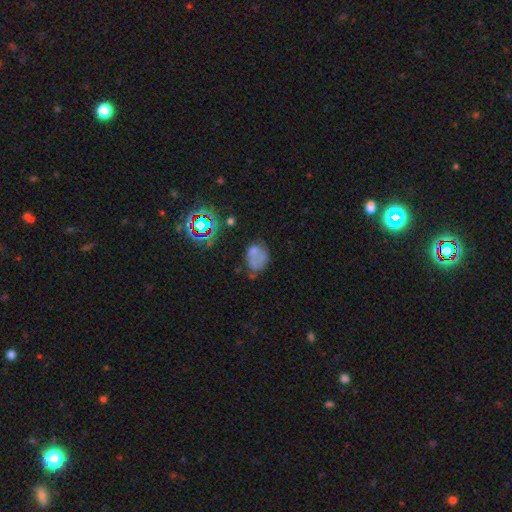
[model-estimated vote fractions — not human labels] Q: Smooth or featured?
A: smooth (56%); runner-up: featured or disk (25%)
Q: How rounded?
A: in between (61%); runner-up: round (37%)
Q: Merging?
A: none (42%); runner-up: minor disturbance (26%)